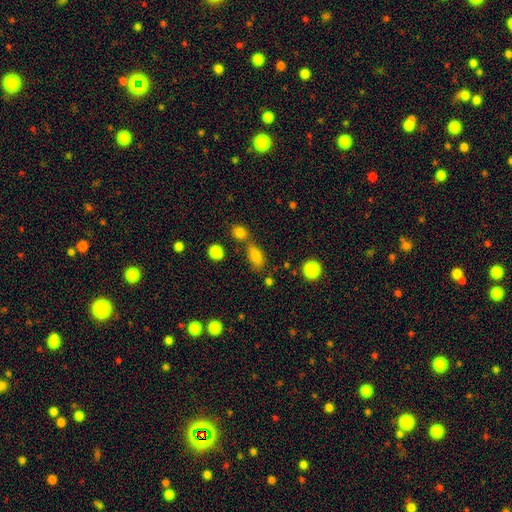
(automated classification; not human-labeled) Q: Smooth or featured?
A: smooth (79%); runner-up: star or artifact (12%)
Q: How rounded?
A: in between (81%); runner-up: cigar-shaped (10%)
Q: Merging?
A: none (58%); runner-up: merger (22%)